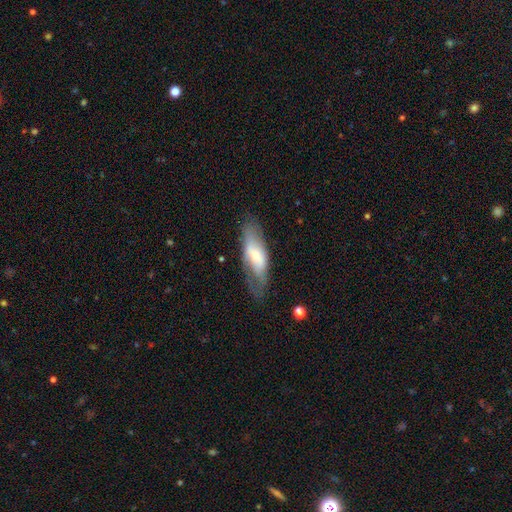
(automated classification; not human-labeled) Smooth or featured? Predicted: smooth (p=0.49). Merging? Predicted: none (p=0.66).